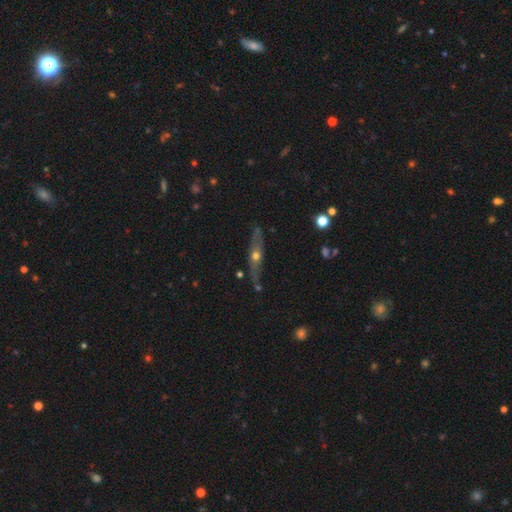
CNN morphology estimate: type=featured or disk (64%); edge-on=yes (83%); edge-on bulge=rounded (91%); merging=none (75%).